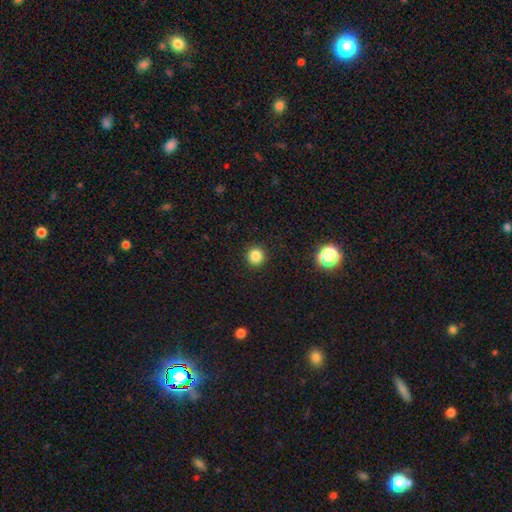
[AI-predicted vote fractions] A smooth galaxy with no disk features (84%) that is round (94%). Merging: none (92%).